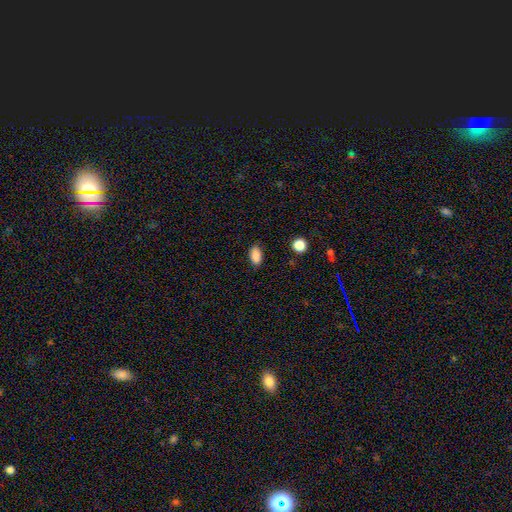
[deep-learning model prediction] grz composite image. It shows a smooth galaxy with no disk features (87%) that is in between round and cigar-shaped (91%). Merging: none (86%).